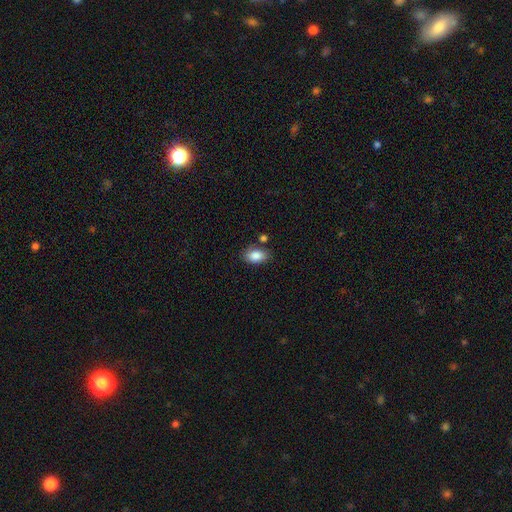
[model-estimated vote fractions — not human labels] Smooth or featured?
  - smooth: 86% *
  - star or artifact: 8%
  - featured or disk: 6%
How rounded?
  - in between: 89% *
  - round: 9%
  - cigar-shaped: 2%
Merging?
  - none: 77% *
  - minor disturbance: 14%
  - merger: 6%
  - major disturbance: 3%